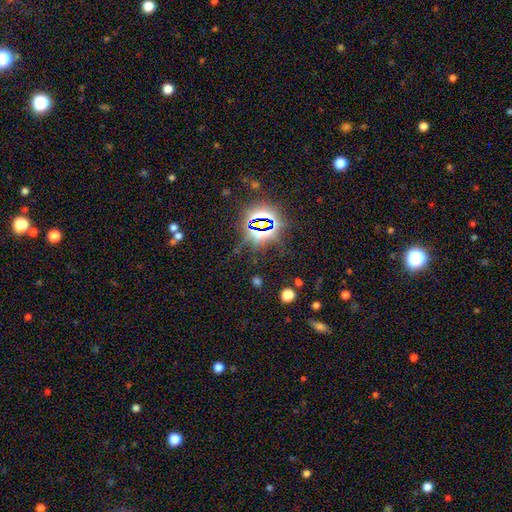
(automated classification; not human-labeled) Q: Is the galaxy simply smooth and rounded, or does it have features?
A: star or artifact — 81%.